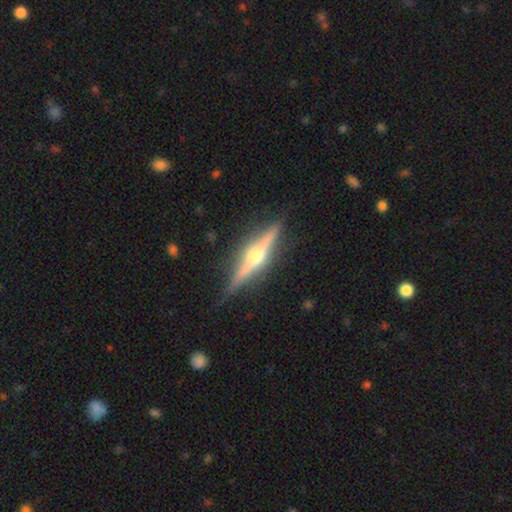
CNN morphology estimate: Q: Smooth or featured?
A: featured or disk (81%); runner-up: smooth (13%)
Q: Edge-on disk?
A: yes (98%); runner-up: no (2%)
Q: Edge-on bulge?
A: rounded (95%); runner-up: boxy (3%)
Q: Merging?
A: none (88%); runner-up: minor disturbance (9%)